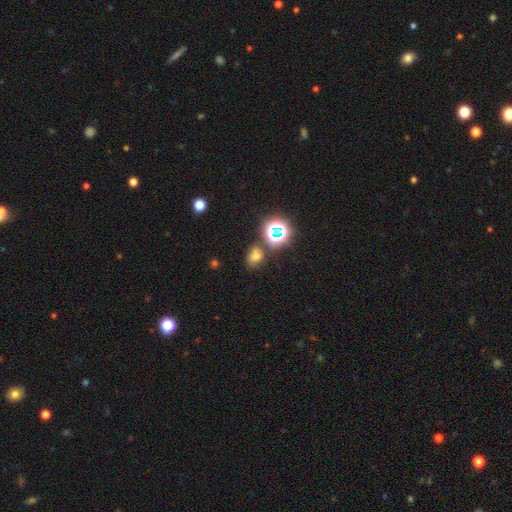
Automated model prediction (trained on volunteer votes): Morphology: type=smooth (57%); roundness=in between (64%); merging=none (61%).